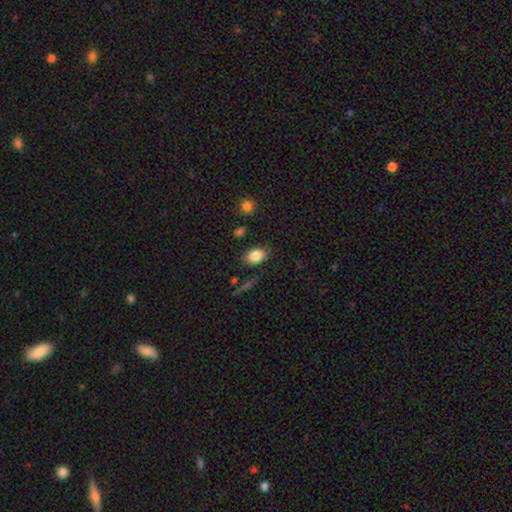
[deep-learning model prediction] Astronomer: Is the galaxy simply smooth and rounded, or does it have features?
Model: smooth — 84%.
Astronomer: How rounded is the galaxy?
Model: in between — 83%.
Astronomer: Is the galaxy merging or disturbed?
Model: none — 81%.